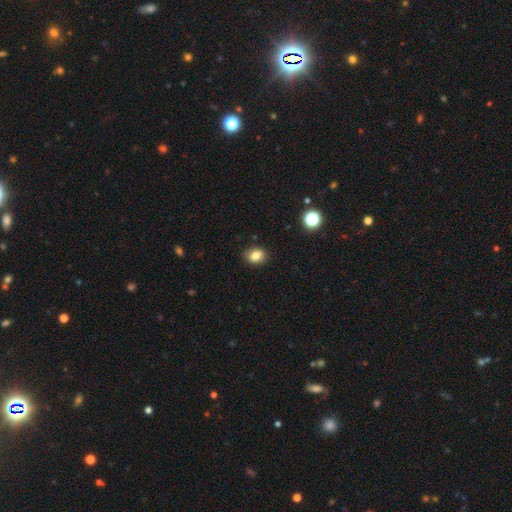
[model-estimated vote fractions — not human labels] smooth 84%, star or artifact 10%, featured or disk 6%. Down the decision tree: how rounded — in between (61%); merging — none (86%).